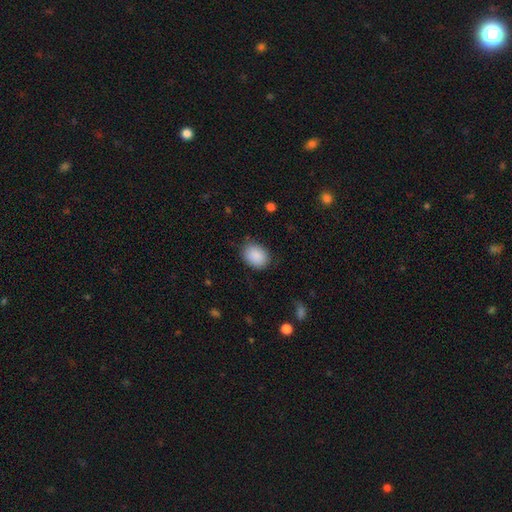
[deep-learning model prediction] Q: Smooth or featured?
A: smooth (89%); runner-up: star or artifact (7%)
Q: How rounded?
A: in between (64%); runner-up: round (35%)
Q: Merging?
A: none (82%); runner-up: minor disturbance (13%)